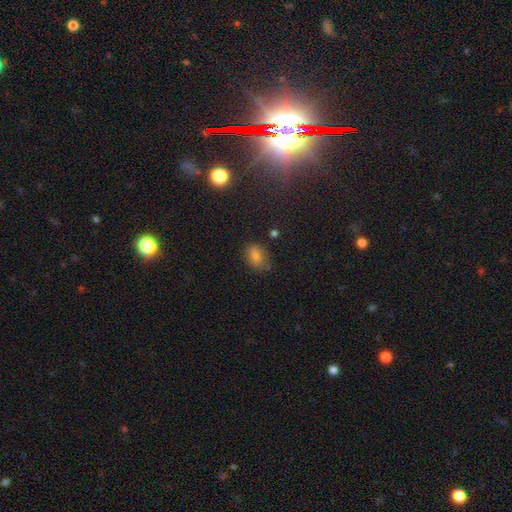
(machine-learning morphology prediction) This is likely a smooth galaxy (72%). How rounded: likely in between (74%). Merging: likely none (74%).